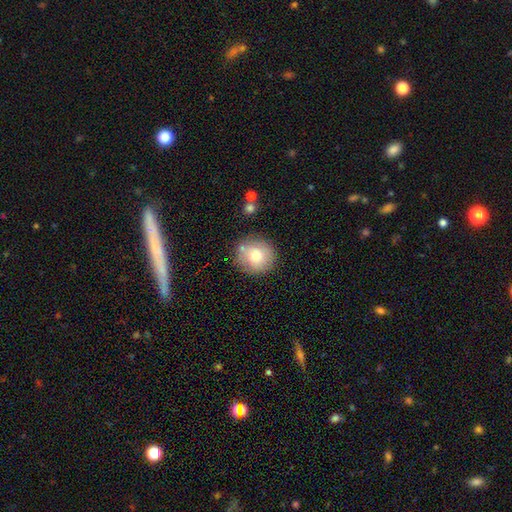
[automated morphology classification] Smooth or featured: smooth — 76% (featured or disk — 15%)
How rounded: round — 92% (in between — 7%)
Merging: none — 79% (minor disturbance — 11%)